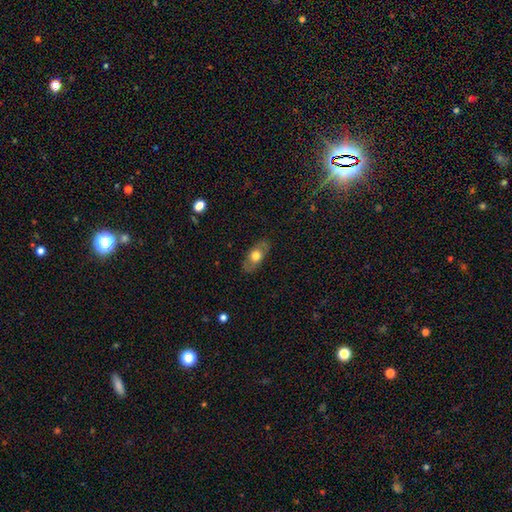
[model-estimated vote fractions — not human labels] The model was most divided on "smooth or featured": smooth: 59%, featured or disk: 35%, star or artifact: 6%. More confident: how rounded — in between (84%); merging — none (83%).